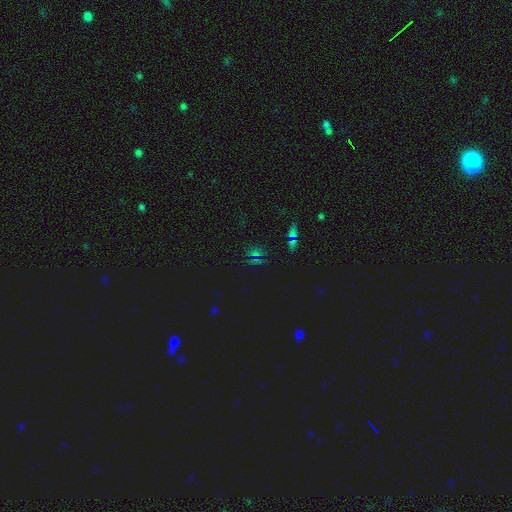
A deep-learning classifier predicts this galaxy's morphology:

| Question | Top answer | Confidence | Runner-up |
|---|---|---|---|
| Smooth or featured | star or artifact | 60% | smooth (32%) |